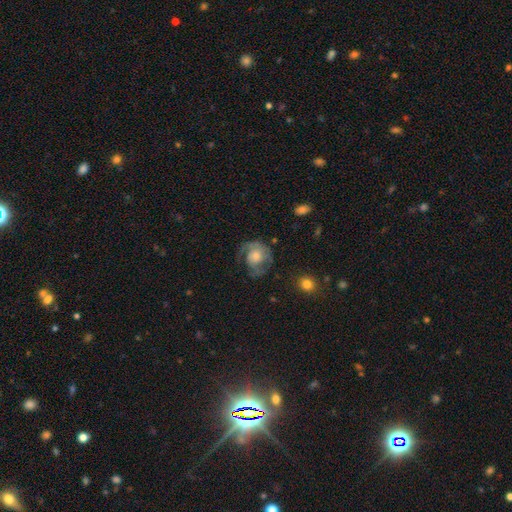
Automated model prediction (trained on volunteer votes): smooth-or-featured: featured or disk: 64% | smooth: 29% | star or artifact: 7%
  disk-edge-on: no: 97% | yes: 3%
    bar: no: 77% | weak: 19% | strong: 3%
    has-spiral-arms: yes: 80% | no: 20%
    bulge-size: moderate: 46% | small: 37% | large: 11% | none: 5% | dominant: 2%
  merging: none: 50% | major disturbance: 26% | minor disturbance: 21% | merger: 2%